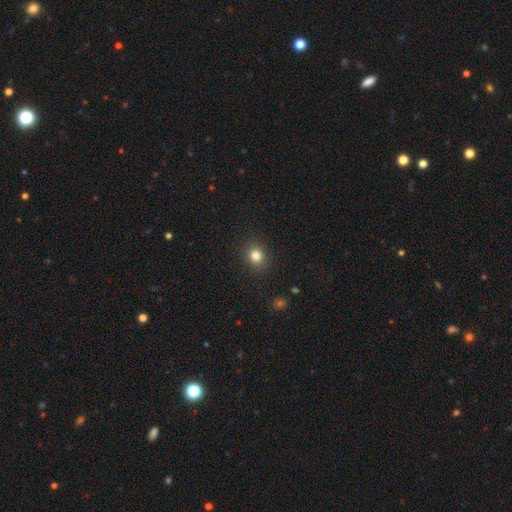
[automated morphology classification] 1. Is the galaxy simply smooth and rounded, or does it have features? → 82% smooth, 12% star or artifact, 6% featured or disk.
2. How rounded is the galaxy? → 76% round, 24% in between, 1% cigar-shaped.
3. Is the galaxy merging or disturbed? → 90% none, 7% minor disturbance, 2% major disturbance, 1% merger.